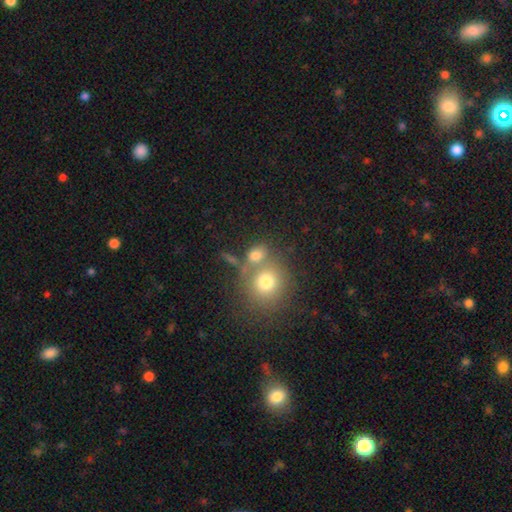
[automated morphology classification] A smooth galaxy with no disk features (74%) that is round (62%).

Vote fractions:
- Smooth or featured? smooth: 74% / star or artifact: 13% / featured or disk: 12%
- How rounded? round: 62% / in between: 35% / cigar-shaped: 2%
- Merging? none: 49% / merger: 35% / minor disturbance: 10% / major disturbance: 6%